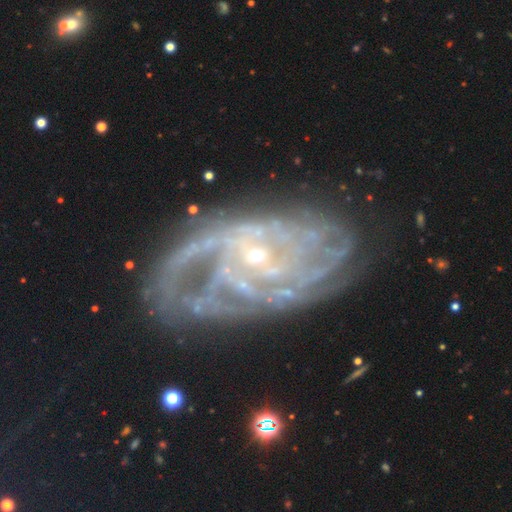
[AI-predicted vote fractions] Morphology: type=featured or disk (88%); edge-on=no (96%); bar=no (58%); spiral arms=yes (93%); winding=tight (51%); arm count=can't tell (29%); bulge=small (83%); merging=none (62%).